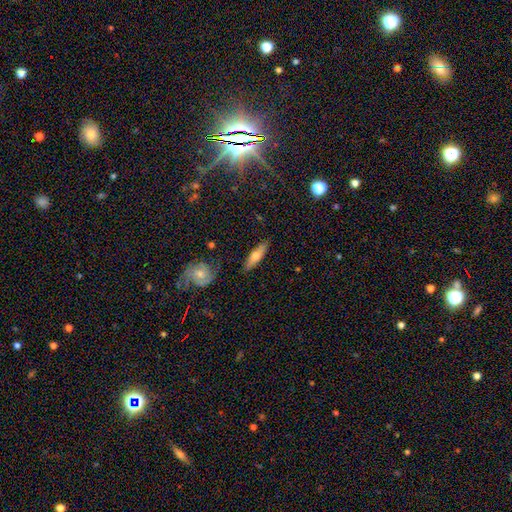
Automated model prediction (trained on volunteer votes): A smooth galaxy with no disk features (61%) that is cigar-shaped (60%). Merging: none (83%).